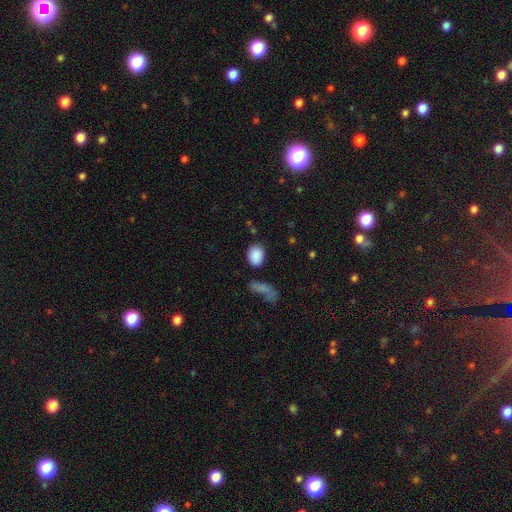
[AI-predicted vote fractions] A smooth galaxy with no disk features (87%) that is in between round and cigar-shaped (64%).

Vote fractions:
- Smooth or featured? smooth: 87% / star or artifact: 8% / featured or disk: 5%
- How rounded? in between: 64% / round: 34% / cigar-shaped: 2%
- Merging? none: 74% / minor disturbance: 14% / merger: 7% / major disturbance: 5%